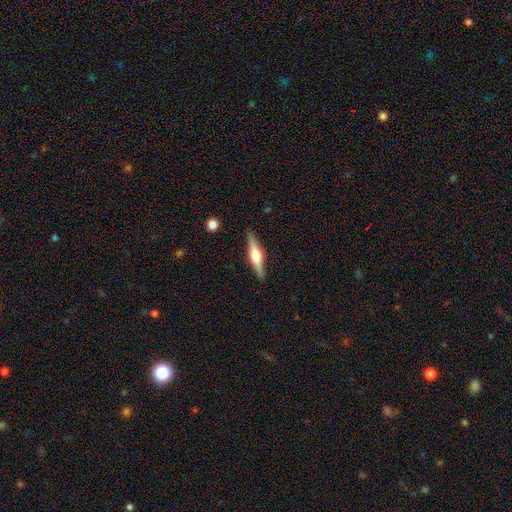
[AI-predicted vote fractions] smooth-or-featured: featured or disk: 68% | smooth: 26% | star or artifact: 6%
  disk-edge-on: yes: 97% | no: 3%
    edge-on-bulge: rounded: 91% | boxy: 6% | none: 2%
  merging: none: 90% | minor disturbance: 7% | major disturbance: 2% | merger: 1%